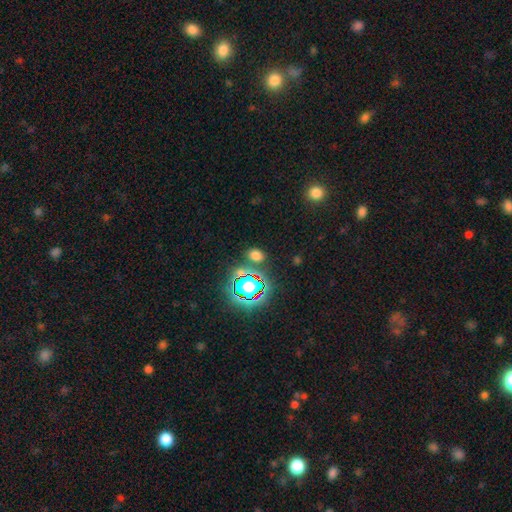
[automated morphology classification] A smooth galaxy with no disk features (63%) that is in between round and cigar-shaped (67%).

Vote fractions:
- Smooth or featured? smooth: 63% / star or artifact: 30% / featured or disk: 7%
- How rounded? in between: 67% / round: 32% / cigar-shaped: 2%
- Merging? none: 80% / minor disturbance: 10% / merger: 7% / major disturbance: 4%